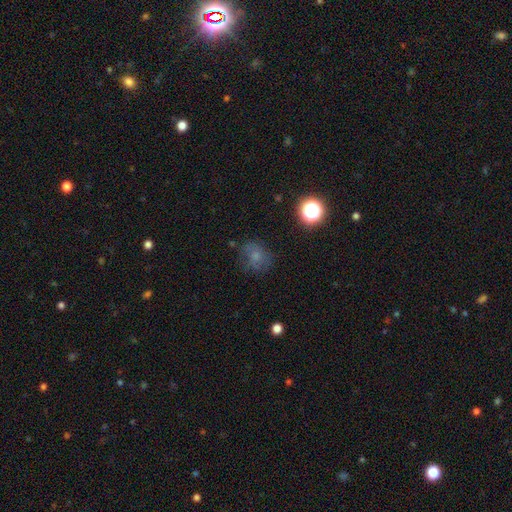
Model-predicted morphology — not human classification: Smooth or featured: smooth — 65% (star or artifact — 18%)
How rounded: round — 68% (in between — 31%)
Merging: none — 63% (minor disturbance — 22%)